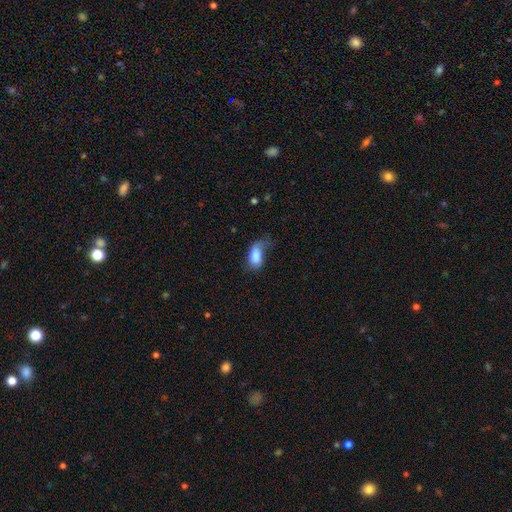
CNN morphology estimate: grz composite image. It shows a smooth galaxy with no disk features (77%) that is in between round and cigar-shaped (90%). Merging: major disturbance (35%).